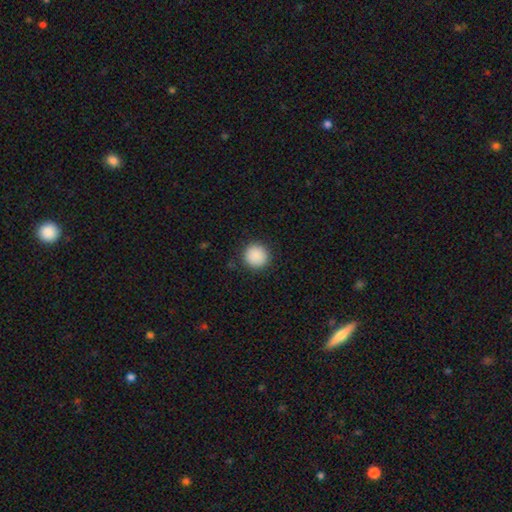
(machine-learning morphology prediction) A smooth galaxy with no disk features (89%) that is round (94%). Merging: none (90%).